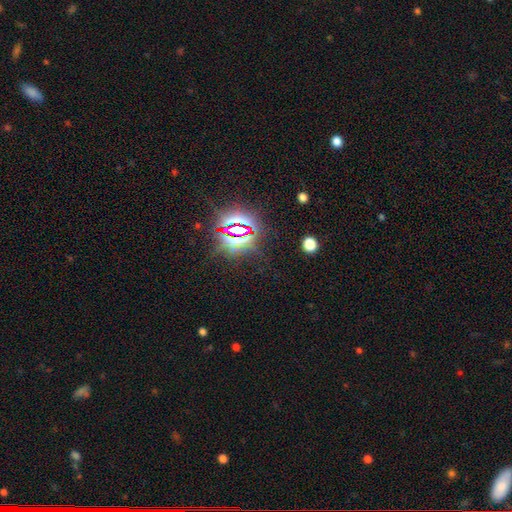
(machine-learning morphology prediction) This is clearly a star or artifact rather than a galaxy (82%).